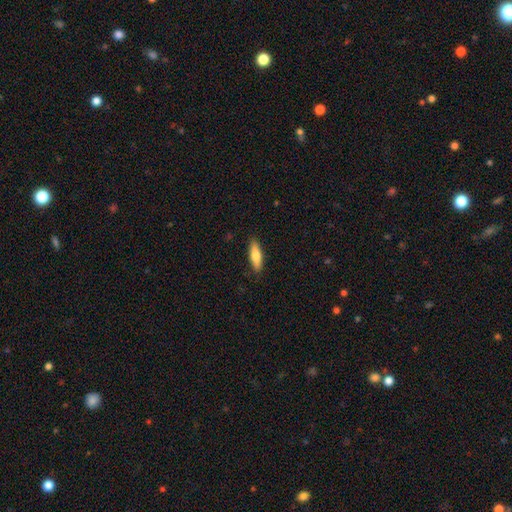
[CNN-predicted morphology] smooth 76%, featured or disk 19%, star or artifact 6%. Down the decision tree: how rounded — cigar-shaped (51%); merging — none (87%).